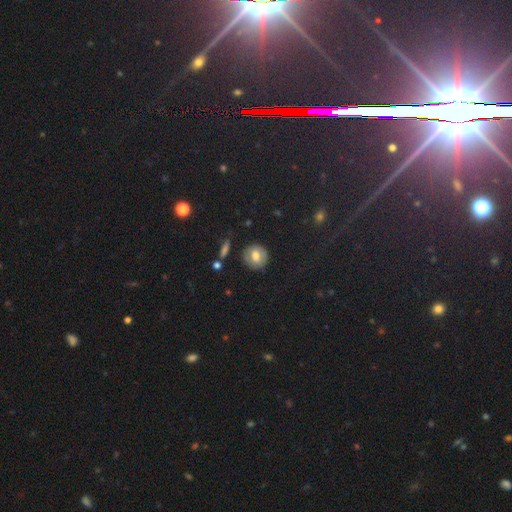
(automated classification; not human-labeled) Smooth or featured?
  - smooth: 71% *
  - featured or disk: 19%
  - star or artifact: 10%
How rounded?
  - round: 84% *
  - in between: 15%
  - cigar-shaped: 1%
Merging?
  - none: 84% *
  - minor disturbance: 11%
  - major disturbance: 3%
  - merger: 2%